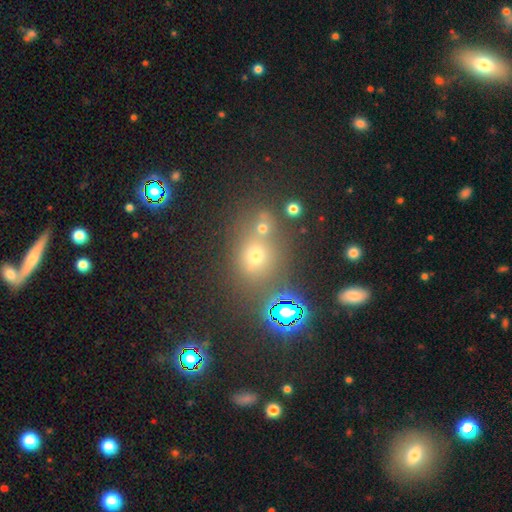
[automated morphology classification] The model was most divided on "smooth or featured": smooth: 46%, star or artifact: 42%, featured or disk: 13%. More confident: merging — none (63%).